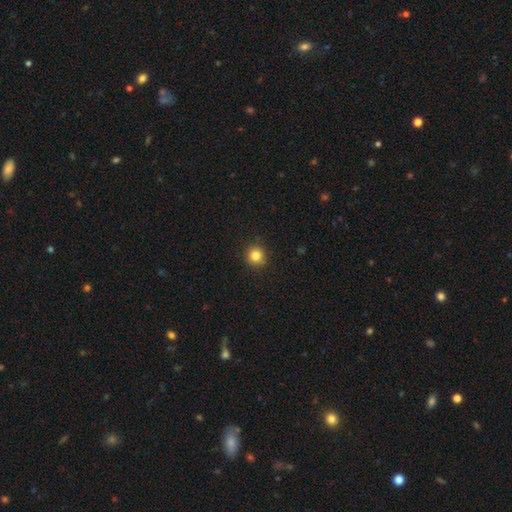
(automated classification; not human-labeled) Q: Smooth or featured?
A: smooth (82%); runner-up: star or artifact (12%)
Q: How rounded?
A: round (93%); runner-up: in between (6%)
Q: Merging?
A: none (91%); runner-up: minor disturbance (6%)